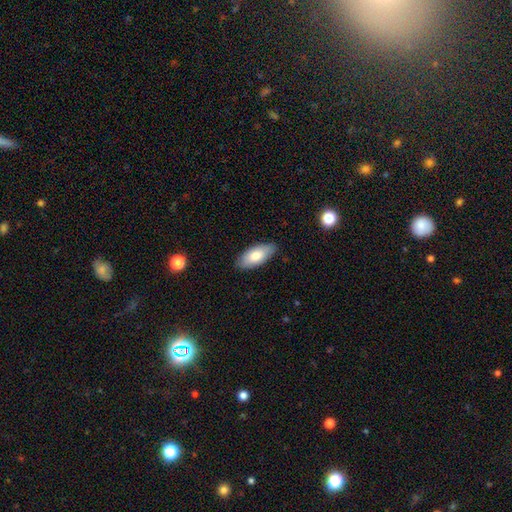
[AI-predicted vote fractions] Q: Smooth or featured?
A: smooth (76%); runner-up: featured or disk (18%)
Q: How rounded?
A: in between (89%); runner-up: cigar-shaped (9%)
Q: Merging?
A: none (84%); runner-up: minor disturbance (13%)